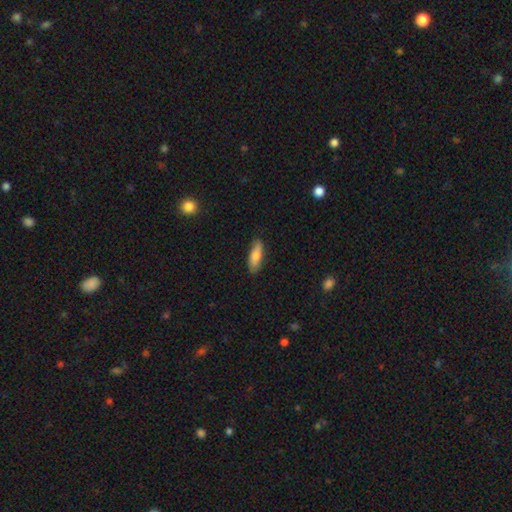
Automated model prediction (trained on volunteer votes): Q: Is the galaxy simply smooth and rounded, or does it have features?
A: smooth — 79%.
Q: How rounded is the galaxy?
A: in between — 50%.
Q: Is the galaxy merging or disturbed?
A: none — 84%.